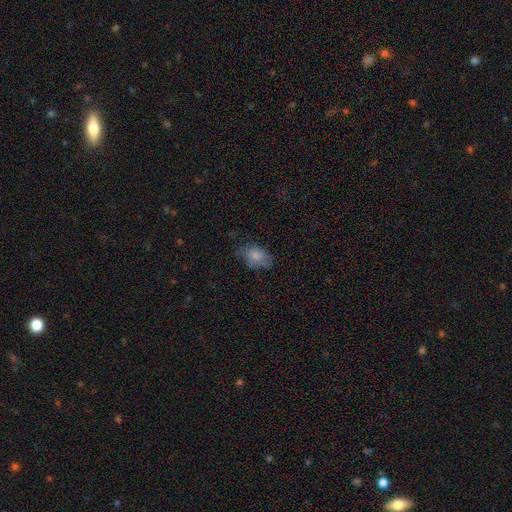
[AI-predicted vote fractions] smooth-or-featured: smooth: 77% | featured or disk: 14% | star or artifact: 9%
  how-rounded: in between: 80% | round: 19% | cigar-shaped: 1%
  merging: none: 55% | minor disturbance: 31% | major disturbance: 13% | merger: 2%